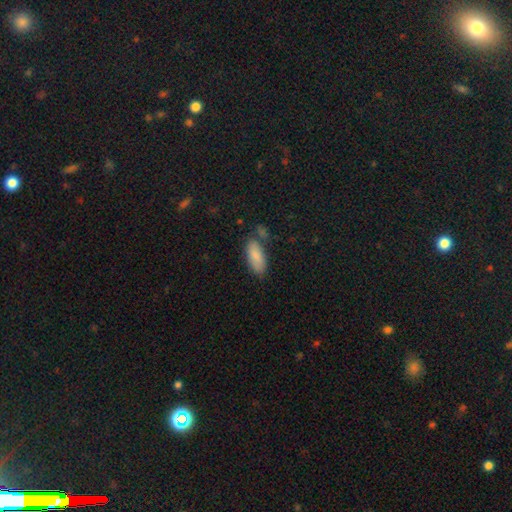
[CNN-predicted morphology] smooth-or-featured: smooth: 84% | featured or disk: 9% | star or artifact: 6%
  how-rounded: in between: 84% | cigar-shaped: 14% | round: 2%
  merging: none: 66% | minor disturbance: 19% | merger: 10% | major disturbance: 5%